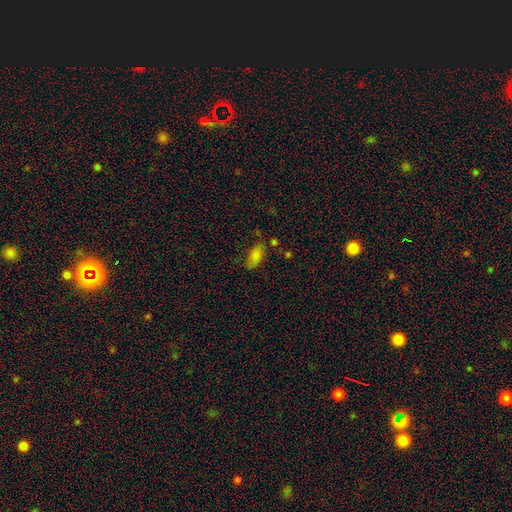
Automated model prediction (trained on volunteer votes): Overall: smooth (80%). How rounded: in between (89%). Merging: none (62%; minor disturbance 25%).